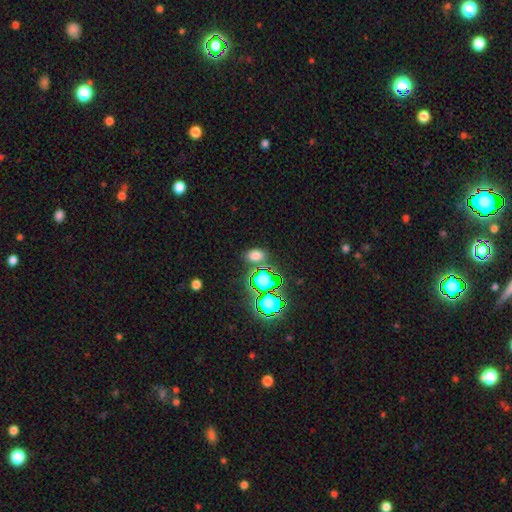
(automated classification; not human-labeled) Overall: smooth (68%). How rounded: in between (79%). Merging: none (79%).